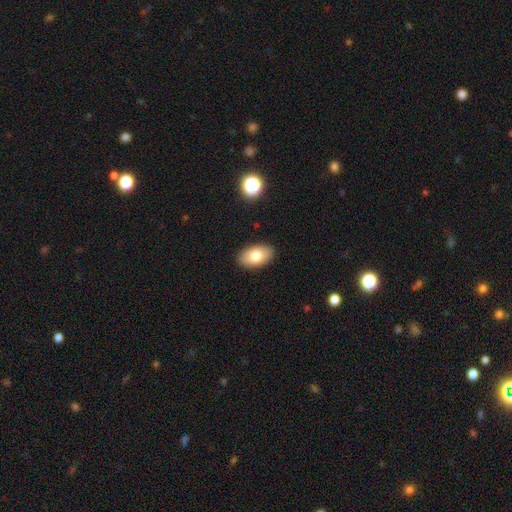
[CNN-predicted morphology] Q: Smooth or featured?
A: smooth (77%); runner-up: featured or disk (15%)
Q: How rounded?
A: in between (93%); runner-up: round (6%)
Q: Merging?
A: none (89%); runner-up: minor disturbance (8%)